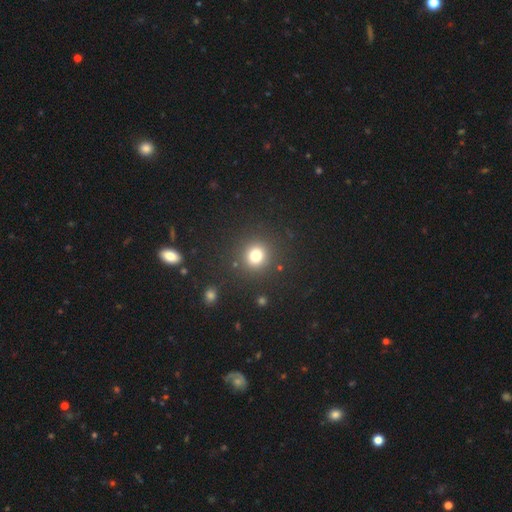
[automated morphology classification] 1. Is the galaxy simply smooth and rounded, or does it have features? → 79% smooth, 15% star or artifact, 6% featured or disk.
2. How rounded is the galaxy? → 91% round, 8% in between, 1% cigar-shaped.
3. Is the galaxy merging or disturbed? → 88% none, 6% minor disturbance, 3% major disturbance, 2% merger.